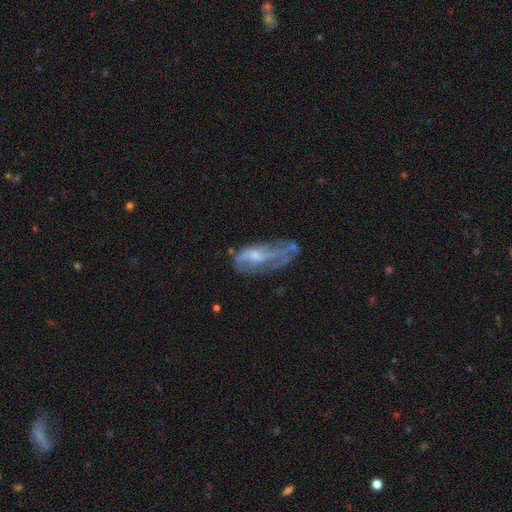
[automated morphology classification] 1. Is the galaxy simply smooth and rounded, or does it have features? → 59% featured or disk, 32% smooth, 9% star or artifact.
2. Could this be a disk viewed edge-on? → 88% no, 12% yes.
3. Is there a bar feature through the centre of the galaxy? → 64% no, 29% weak, 7% strong.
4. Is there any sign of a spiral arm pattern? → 53% yes, 47% no.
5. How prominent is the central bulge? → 42% small, 37% moderate, 16% none, 4% large, 1% dominant.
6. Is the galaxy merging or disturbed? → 34% none, 31% major disturbance, 27% minor disturbance, 8% merger.